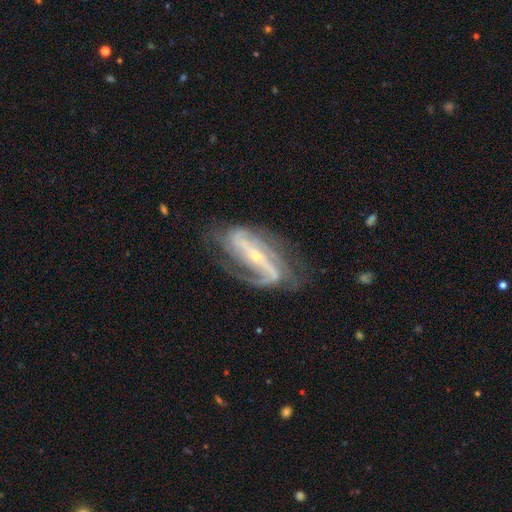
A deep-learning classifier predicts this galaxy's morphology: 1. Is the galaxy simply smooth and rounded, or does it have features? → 90% featured or disk, 6% star or artifact, 4% smooth.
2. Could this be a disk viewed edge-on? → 93% no, 7% yes.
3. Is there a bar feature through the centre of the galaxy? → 64% strong, 20% weak, 16% no.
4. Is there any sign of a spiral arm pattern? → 96% yes, 4% no.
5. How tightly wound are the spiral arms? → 44% medium, 35% loose, 21% tight.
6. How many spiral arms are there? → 73% 2, 9% 3, 8% can't tell, 4% 1, 3% 4, 3% more than 4.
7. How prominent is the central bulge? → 77% small, 20% moderate, 1% large, 1% none, 1% dominant.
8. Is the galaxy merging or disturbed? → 66% none, 20% minor disturbance, 12% major disturbance, 2% merger.